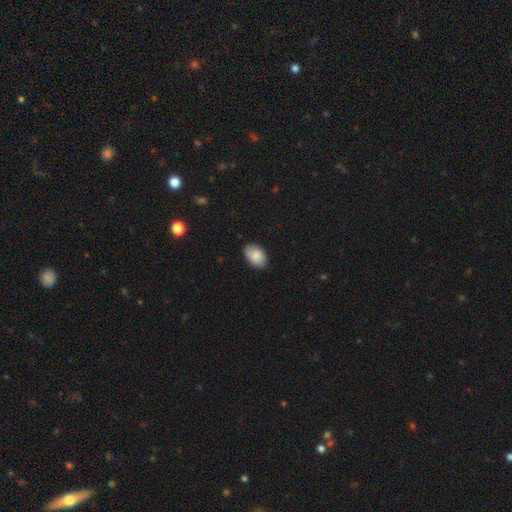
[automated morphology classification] Overall: smooth (83%). How rounded: in between (89%). Merging: none (83%).